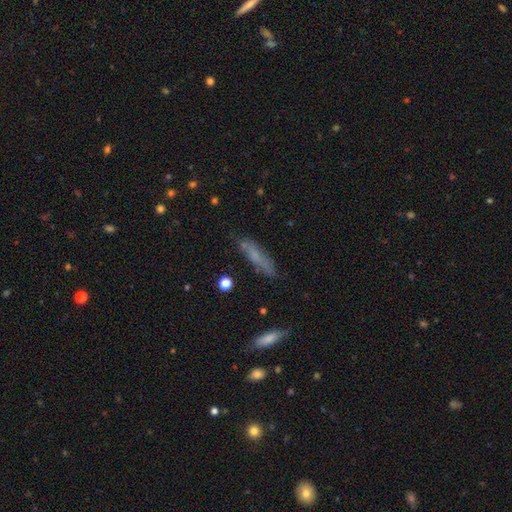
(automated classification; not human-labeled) Smooth or featured? Predicted: smooth (p=0.61). How rounded? Predicted: cigar-shaped (p=0.80). Merging? Predicted: none (p=0.77).